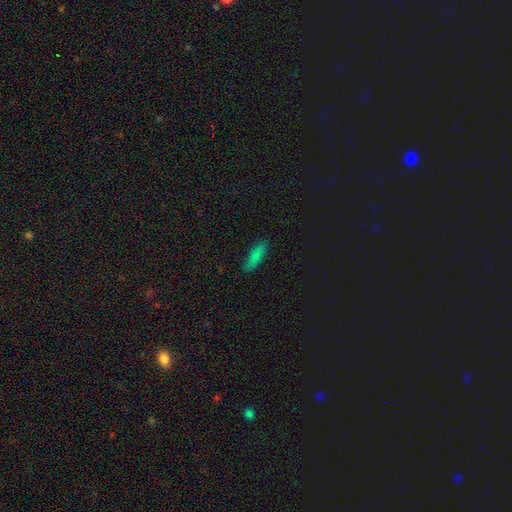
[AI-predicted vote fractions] A smooth galaxy with no disk features (77%) that is cigar-shaped (58%). Merging: none (86%).